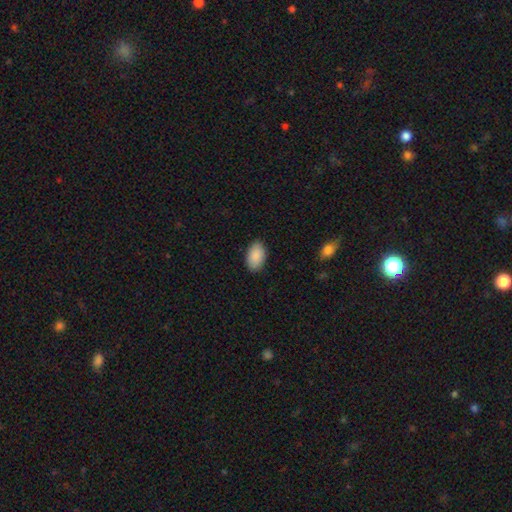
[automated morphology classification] Smooth or featured?
  - smooth: 90% *
  - star or artifact: 6%
  - featured or disk: 4%
How rounded?
  - in between: 93% *
  - round: 6%
  - cigar-shaped: 1%
Merging?
  - none: 88% *
  - minor disturbance: 9%
  - major disturbance: 2%
  - merger: 1%